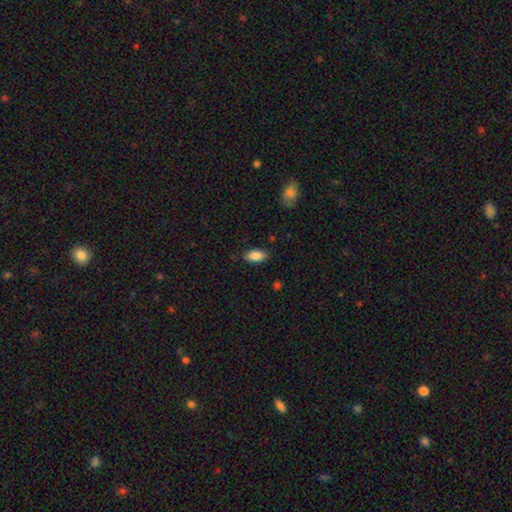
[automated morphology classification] A smooth galaxy with no disk features (87%) that is in between round and cigar-shaped (92%). Merging: none (85%).